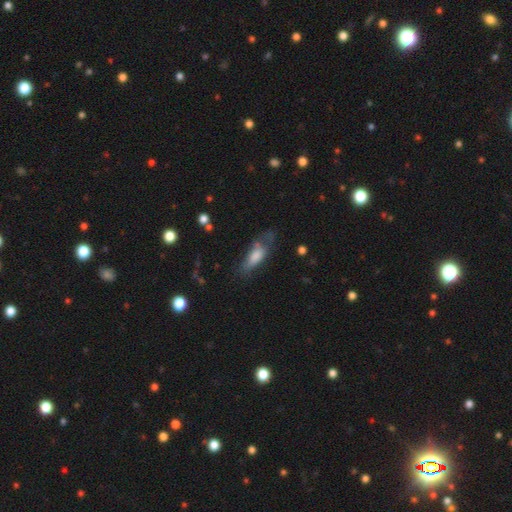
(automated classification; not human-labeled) This is likely a smooth galaxy (62%). How rounded: likely in between (68%). Merging: marginally none (41%).